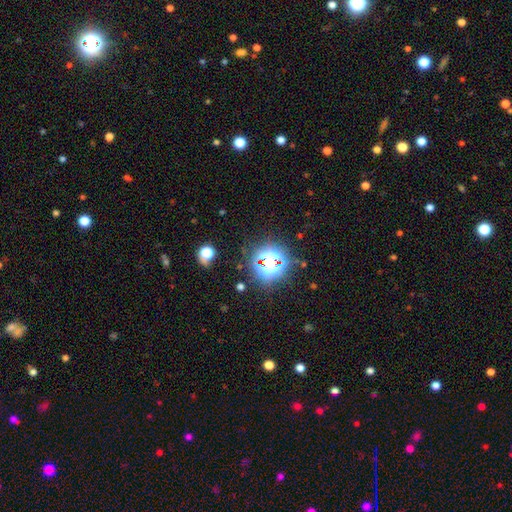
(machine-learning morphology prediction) The model was most divided on "smooth or featured": star or artifact: 80%, smooth: 13%, featured or disk: 6%.